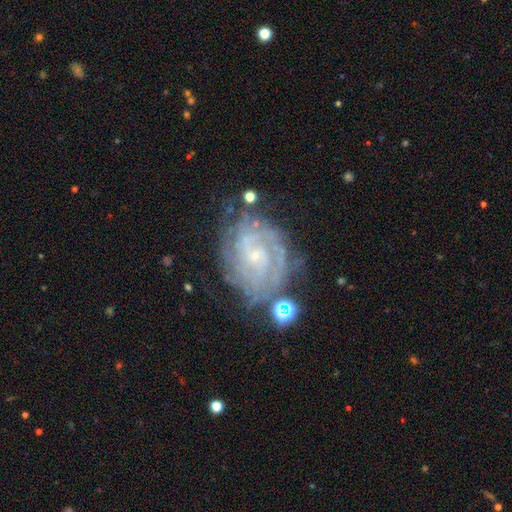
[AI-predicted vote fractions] The model was most divided on "spiral arm count": can't tell: 28%, 2: 24%, 3: 20%, 4: 15%, more than 4: 7%, 1: 6%. More confident: edge-on disk — no (97%); spiral arms — yes (97%); smooth or featured — featured or disk (87%); bulge size — small (81%); spiral winding — tight (76%); merging — none (66%); bar — no (64%).